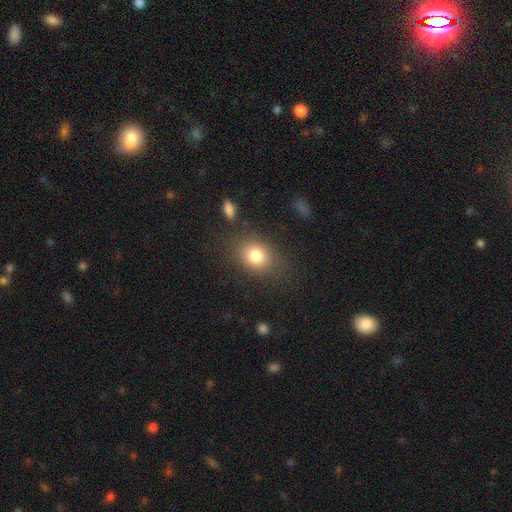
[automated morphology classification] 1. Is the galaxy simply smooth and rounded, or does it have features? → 80% smooth, 10% star or artifact, 10% featured or disk.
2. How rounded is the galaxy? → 54% in between, 44% round, 1% cigar-shaped.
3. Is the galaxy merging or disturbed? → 74% none, 15% minor disturbance, 7% major disturbance, 4% merger.